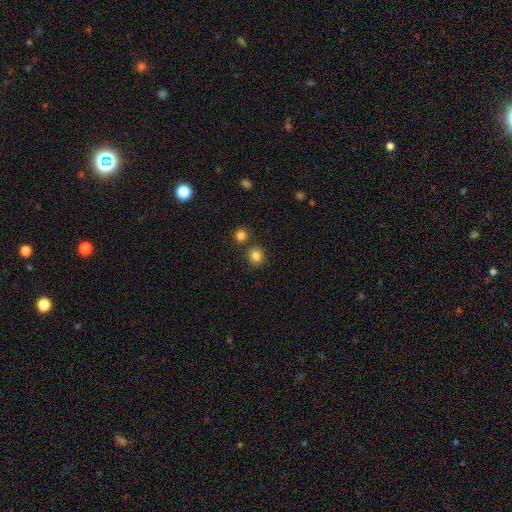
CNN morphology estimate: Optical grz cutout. It shows a smooth galaxy with no disk features (83%) that is round (92%). Merging: none (80%).